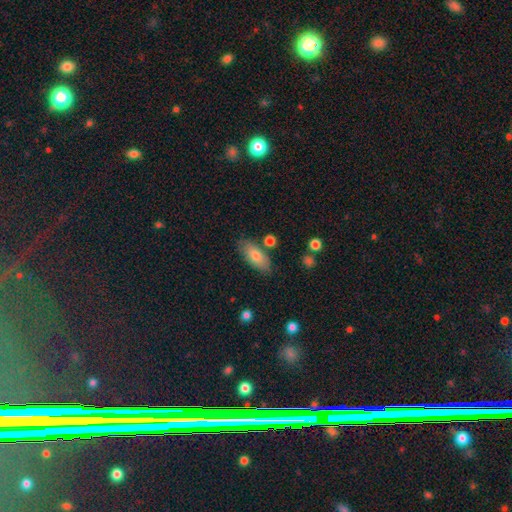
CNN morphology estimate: Smooth or featured? Predicted: smooth (p=0.76). How rounded? Predicted: in between (p=0.84). Merging? Predicted: none (p=0.80).